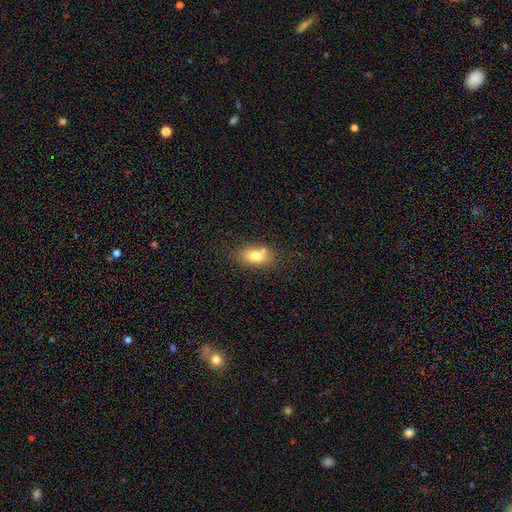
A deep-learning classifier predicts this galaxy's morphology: type=smooth (77%); roundness=in between (84%); merging=none (70%).